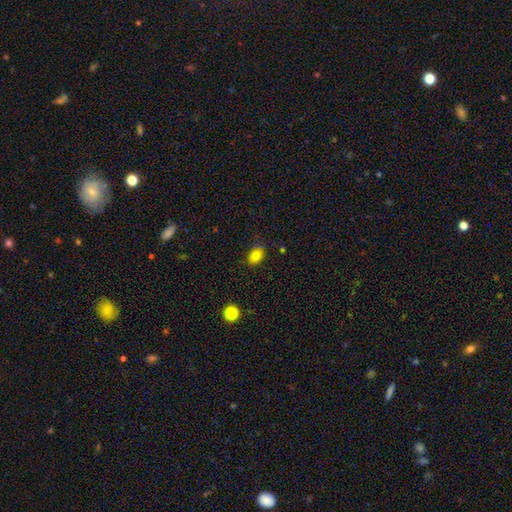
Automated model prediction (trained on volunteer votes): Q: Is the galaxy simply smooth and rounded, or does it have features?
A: smooth — 83%.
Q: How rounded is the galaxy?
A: in between — 77%.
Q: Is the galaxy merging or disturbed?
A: none — 80%.